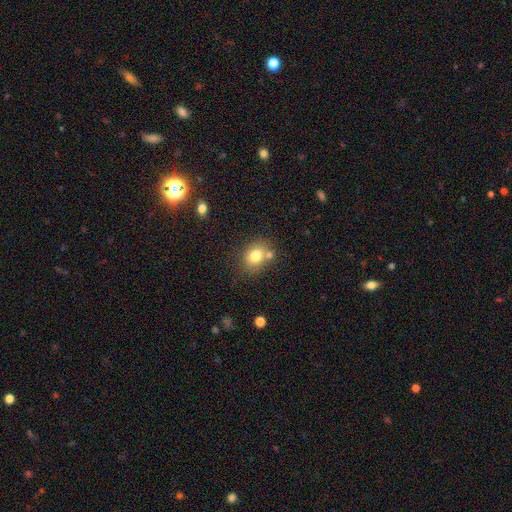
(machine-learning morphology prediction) This appears to be a smooth galaxy with no disk features (78%) that is round (57%). Merging: none (61%).